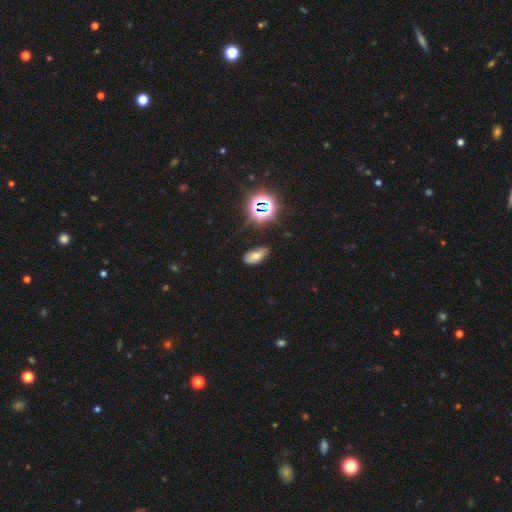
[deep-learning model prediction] smooth_or_featured: smooth (p=0.52) [alt: star or artifact p=0.28]
how_rounded: in between (p=0.89) [alt: round p=0.05]
merging: none (p=0.52) [alt: minor disturbance p=0.33]